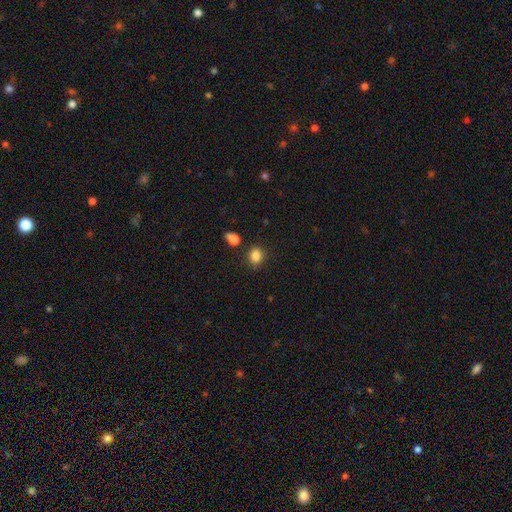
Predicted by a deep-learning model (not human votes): Smooth or featured: smooth — 84% (star or artifact — 11%)
How rounded: round — 59% (in between — 40%)
Merging: none — 79% (minor disturbance — 11%)